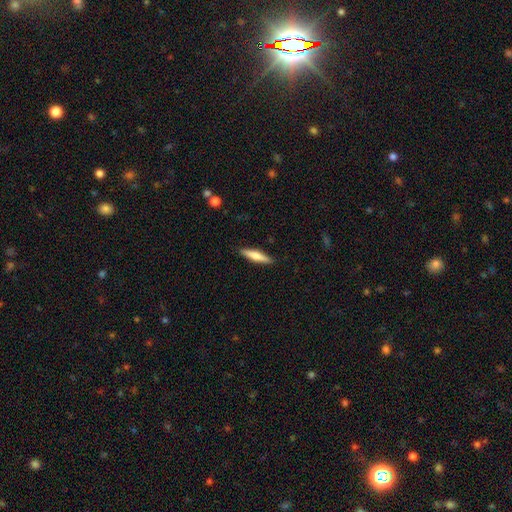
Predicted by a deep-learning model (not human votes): Smooth or featured: smooth — 63% (featured or disk — 31%)
How rounded: cigar-shaped — 84% (in between — 14%)
Merging: none — 89% (minor disturbance — 8%)